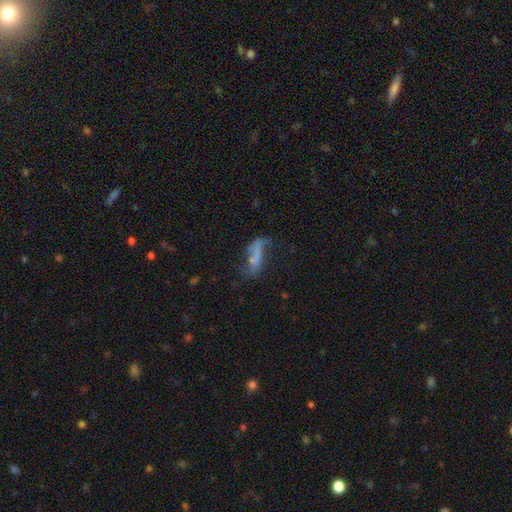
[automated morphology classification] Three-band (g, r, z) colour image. It shows a smooth galaxy with no disk features (44%). Merging: major disturbance (37%).